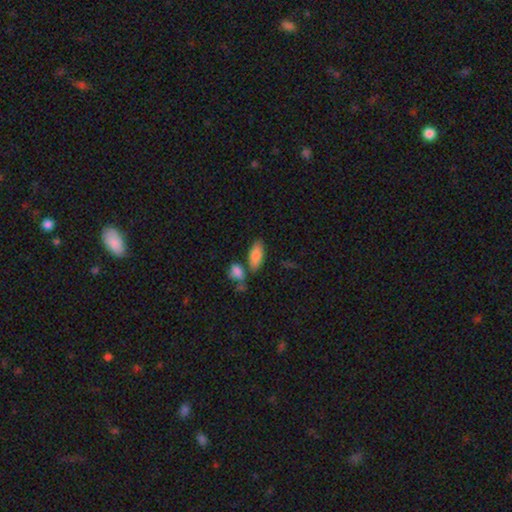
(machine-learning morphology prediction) This is clearly a smooth galaxy (83%). How rounded: clearly in between (86%). Merging: likely none (66%).